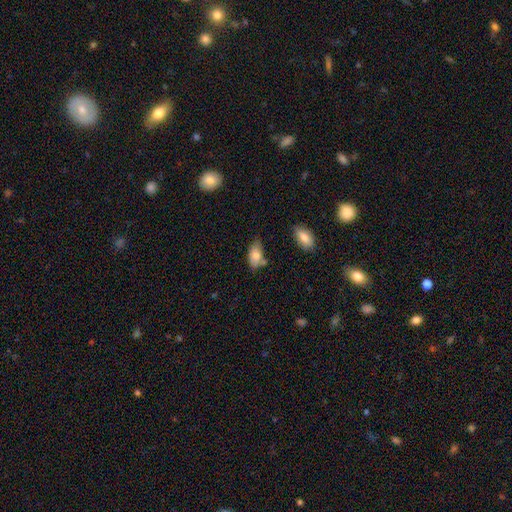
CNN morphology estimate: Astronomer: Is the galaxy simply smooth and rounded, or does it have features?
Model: smooth — 81%.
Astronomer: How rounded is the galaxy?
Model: in between — 92%.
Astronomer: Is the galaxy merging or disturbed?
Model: none — 56%.